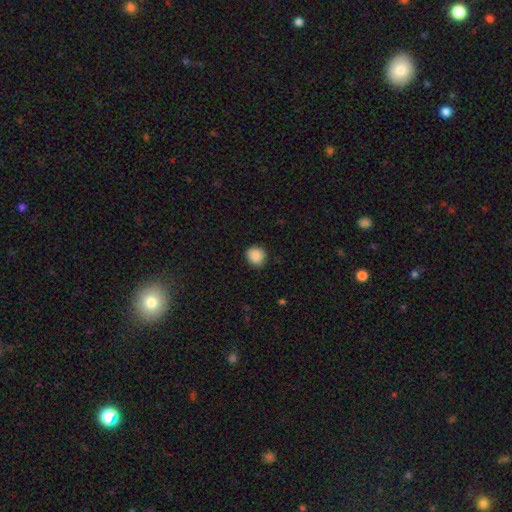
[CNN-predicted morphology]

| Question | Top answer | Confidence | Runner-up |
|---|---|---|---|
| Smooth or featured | smooth | 89% | star or artifact (9%) |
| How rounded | round | 83% | in between (16%) |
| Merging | none | 84% | minor disturbance (13%) |